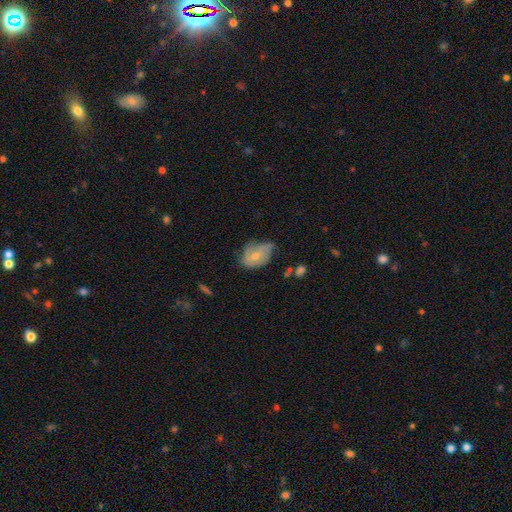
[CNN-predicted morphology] Smooth or featured?
  - smooth: 54% *
  - featured or disk: 38%
  - star or artifact: 8%
How rounded?
  - in between: 77% *
  - round: 21%
  - cigar-shaped: 1%
Merging?
  - minor disturbance: 42% *
  - none: 33%
  - major disturbance: 21%
  - merger: 3%